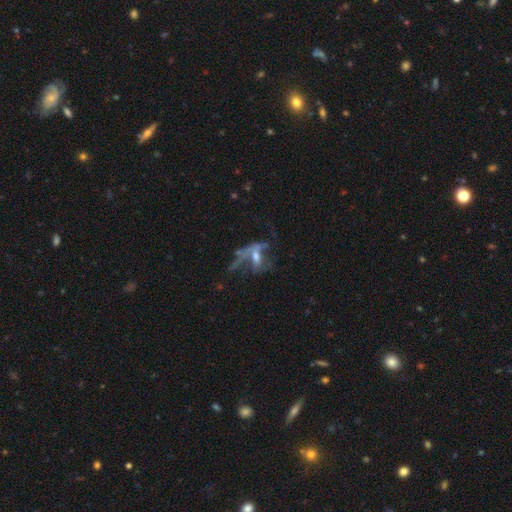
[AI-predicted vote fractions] Smooth or featured? Predicted: featured or disk (p=0.62). Edge-on disk? Predicted: no (p=0.90). Bar? Predicted: no (p=0.60). Spiral arms? Predicted: no (p=0.61). Bulge size? Predicted: moderate (p=0.49). Merging? Predicted: major disturbance (p=0.50).